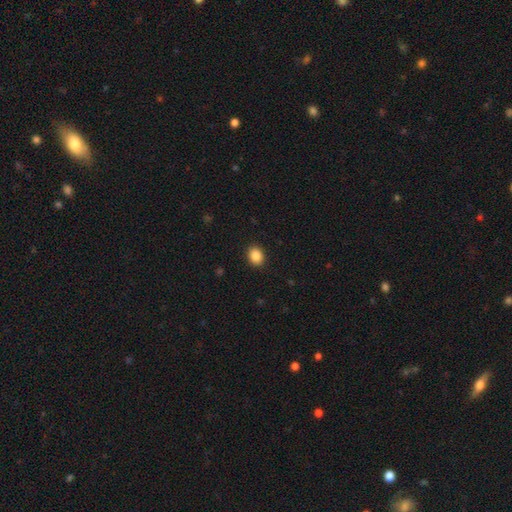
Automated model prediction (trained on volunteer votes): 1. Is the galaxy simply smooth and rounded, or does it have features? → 87% smooth, 9% star or artifact, 4% featured or disk.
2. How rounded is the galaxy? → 51% in between, 49% round, 1% cigar-shaped.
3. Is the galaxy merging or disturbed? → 91% none, 6% minor disturbance, 2% major disturbance, 1% merger.